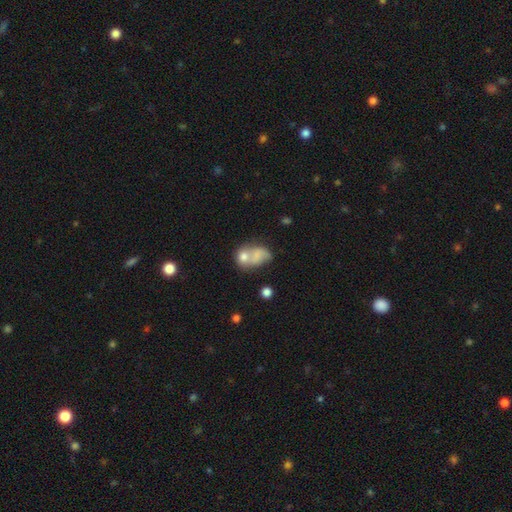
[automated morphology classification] The model was most divided on "how rounded": in between: 62%, round: 36%, cigar-shaped: 2%. More confident: smooth or featured — smooth (68%); merging — merger (61%).